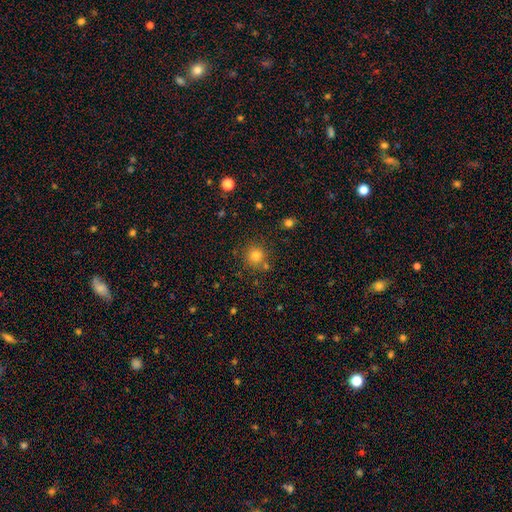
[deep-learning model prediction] This appears to be a smooth galaxy with no disk features (79%) that is round (91%). Merging: none (77%).